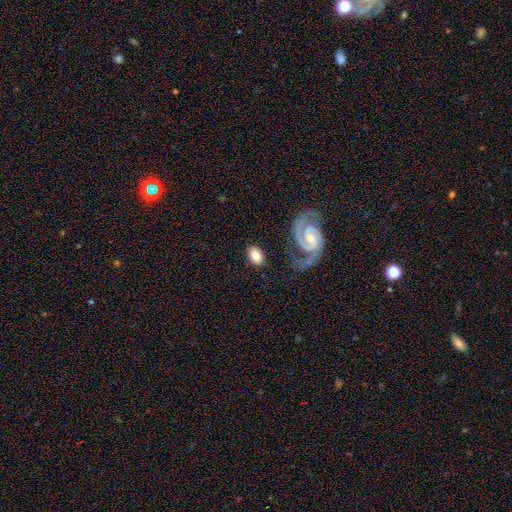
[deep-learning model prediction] Smooth or featured: smooth — 68% (featured or disk — 26%)
How rounded: in between — 80% (round — 19%)
Merging: none — 77% (minor disturbance — 14%)